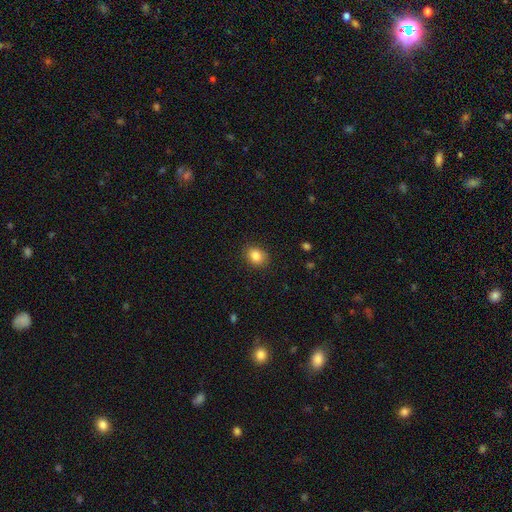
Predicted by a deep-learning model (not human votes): This appears to be a smooth galaxy with no disk features (84%) that is in between round and cigar-shaped (52%). Merging: none (85%).